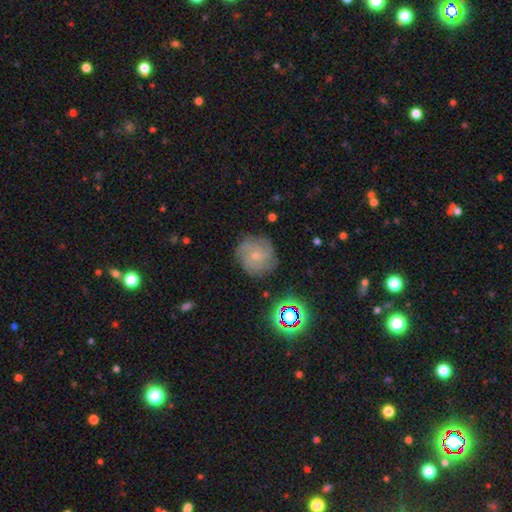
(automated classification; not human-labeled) Smooth or featured? Predicted: featured or disk (p=0.56). Edge-on disk? Predicted: no (p=0.97). Bar? Predicted: no (p=0.75). Spiral arms? Predicted: yes (p=0.88). Bulge size? Predicted: small (p=0.70). Merging? Predicted: none (p=0.78).